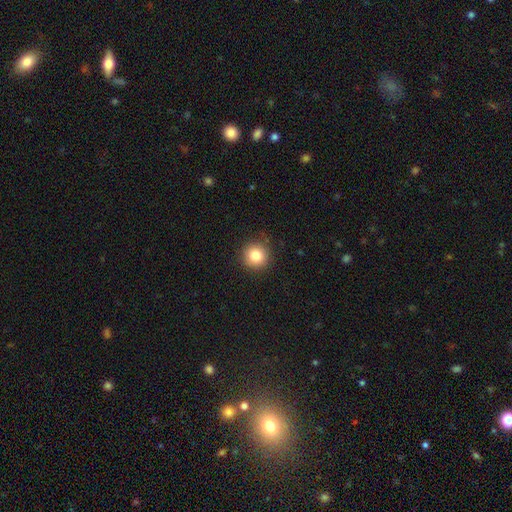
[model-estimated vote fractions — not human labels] The model was most divided on "smooth or featured": smooth: 83%, star or artifact: 11%, featured or disk: 7%. More confident: how rounded — round (93%); merging — none (88%).